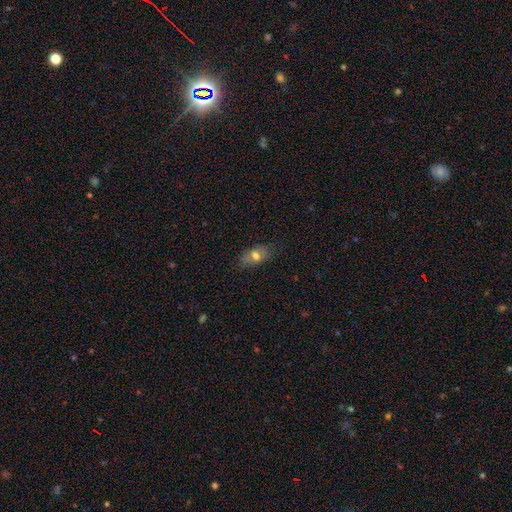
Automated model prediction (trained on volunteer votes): Overall: smooth (69%). How rounded: in between (84%). Merging: none (74%).